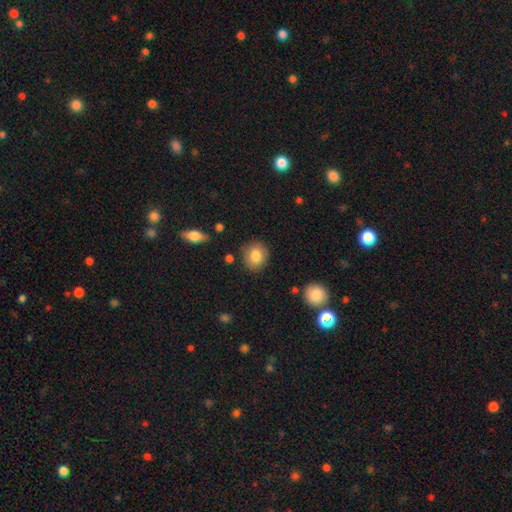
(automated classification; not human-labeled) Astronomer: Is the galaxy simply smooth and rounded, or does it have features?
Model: smooth — 83%.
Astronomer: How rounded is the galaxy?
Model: round — 77%.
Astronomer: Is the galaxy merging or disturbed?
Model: none — 85%.